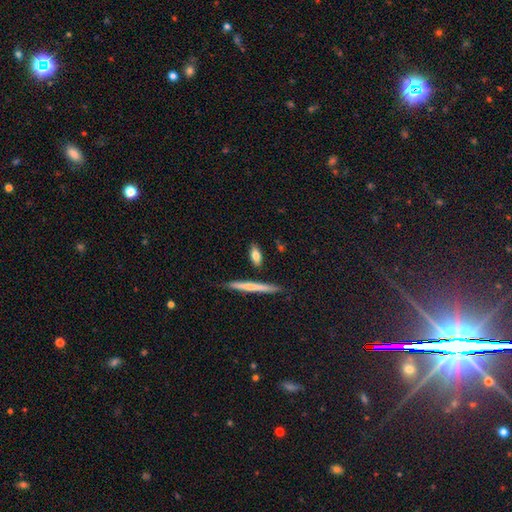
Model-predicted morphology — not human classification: This appears to be a smooth galaxy with no disk features (73%) that is in between round and cigar-shaped (50%). Merging: none (79%).